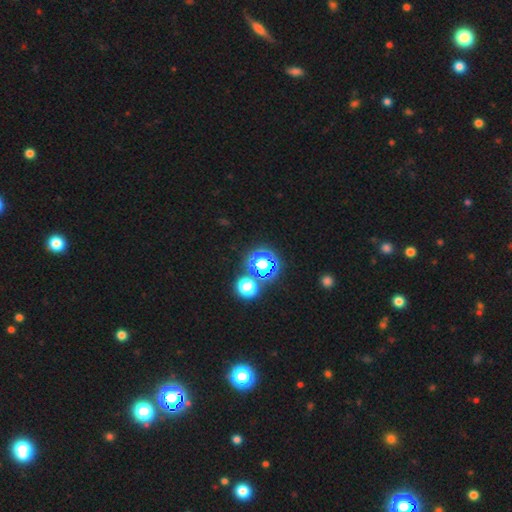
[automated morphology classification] Smooth or featured? Predicted: star or artifact (p=0.71).